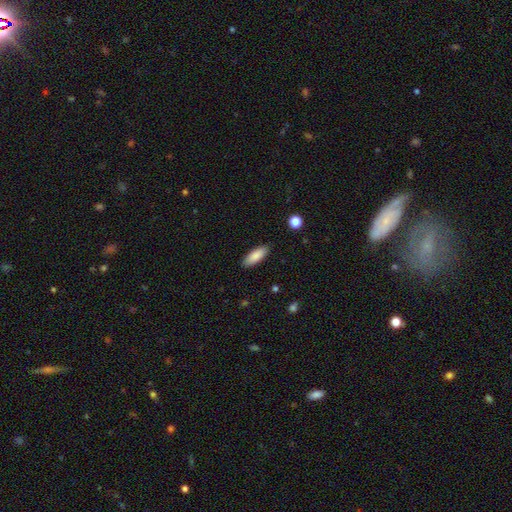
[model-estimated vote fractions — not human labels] Smooth or featured?
  - smooth: 87% *
  - featured or disk: 7%
  - star or artifact: 6%
How rounded?
  - in between: 66% *
  - cigar-shaped: 32%
  - round: 2%
Merging?
  - none: 88% *
  - minor disturbance: 9%
  - major disturbance: 2%
  - merger: 1%